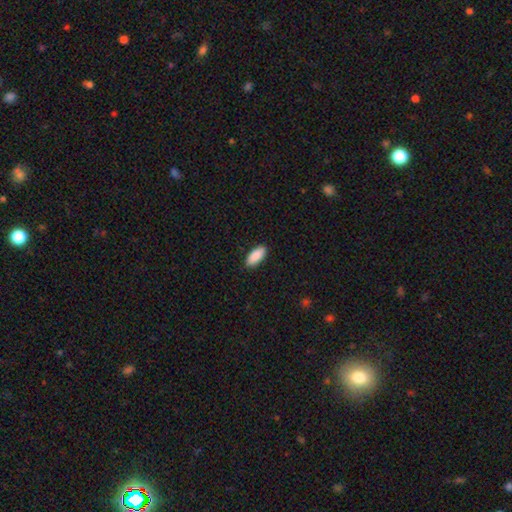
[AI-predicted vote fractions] The model was most divided on "how rounded": in between: 86%, cigar-shaped: 12%, round: 2%. More confident: smooth or featured — smooth (90%); merging — none (89%).